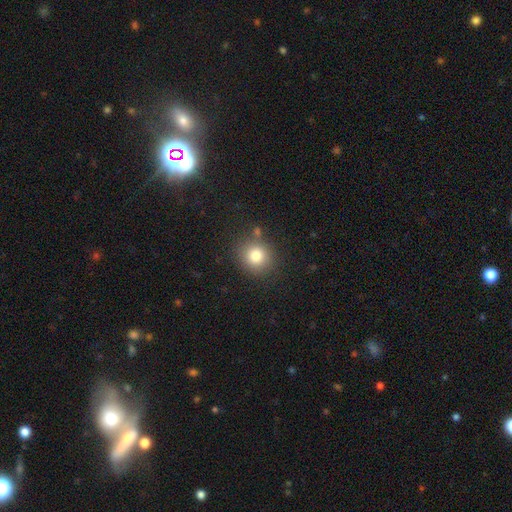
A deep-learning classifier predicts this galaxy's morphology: Smooth or featured?
  - smooth: 80% *
  - star or artifact: 12%
  - featured or disk: 8%
How rounded?
  - round: 85% *
  - in between: 14%
  - cigar-shaped: 1%
Merging?
  - none: 81% *
  - minor disturbance: 10%
  - merger: 5%
  - major disturbance: 4%